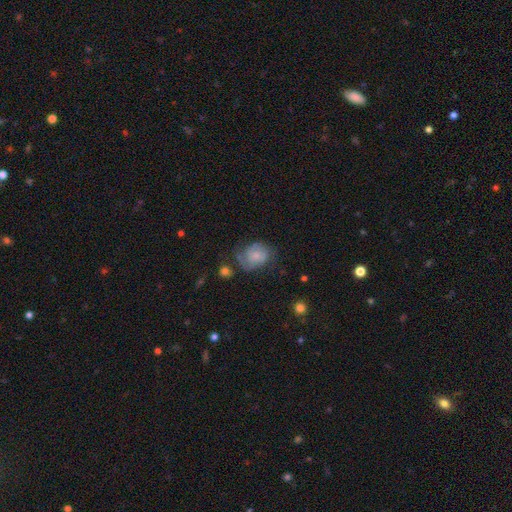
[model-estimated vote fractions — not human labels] This is possibly a smooth galaxy (51%). How rounded: possibly in between (53%). Merging: possibly none (49%).